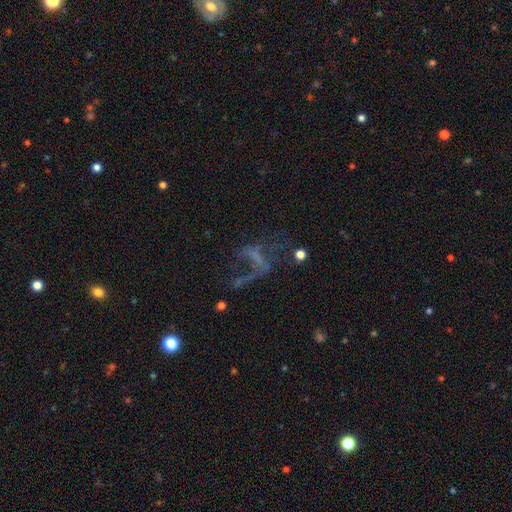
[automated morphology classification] smooth-or-featured: featured or disk: 51% | star or artifact: 29% | smooth: 20%
  disk-edge-on: no: 95% | yes: 5%
  merging: major disturbance: 47% | none: 32% | minor disturbance: 13% | merger: 9%